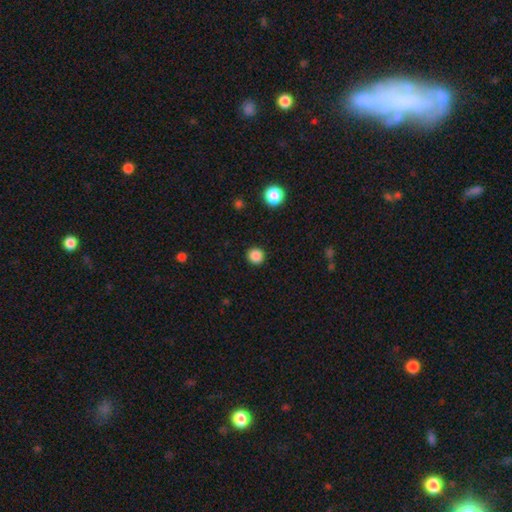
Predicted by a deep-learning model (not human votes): Overall: smooth (86%). How rounded: round (94%). Merging: none (92%).